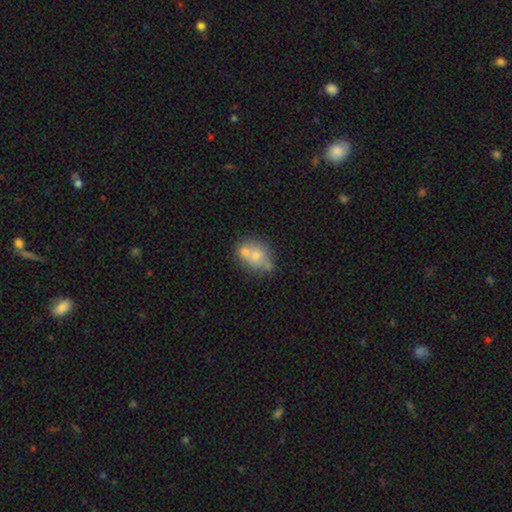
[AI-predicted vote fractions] Smooth or featured: smooth — 62% (featured or disk — 29%)
How rounded: in between — 61% (round — 37%)
Merging: merger — 46% (none — 34%)